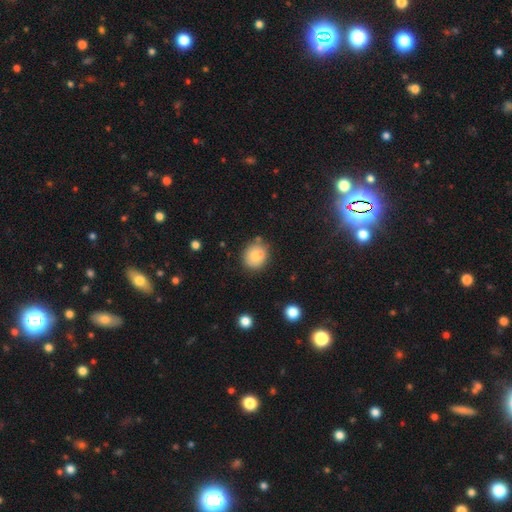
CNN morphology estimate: Smooth or featured? smooth (78%)
How rounded? round (76%)
Merging? none (75%)